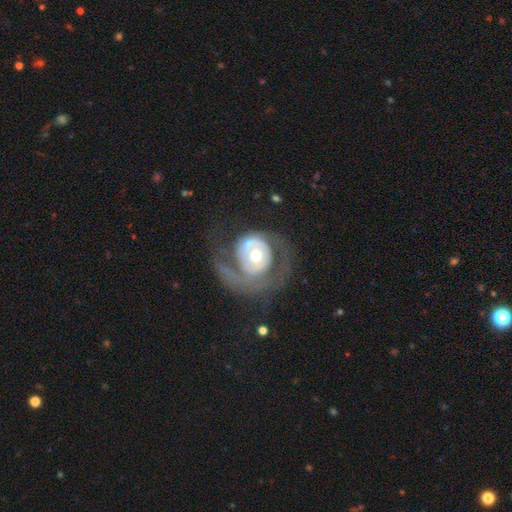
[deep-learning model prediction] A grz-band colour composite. It shows a featured or disk galaxy (71%) with no bar (79%), spiral arms (60%) and a moderate central bulge (70%). Merging: major disturbance (40%).